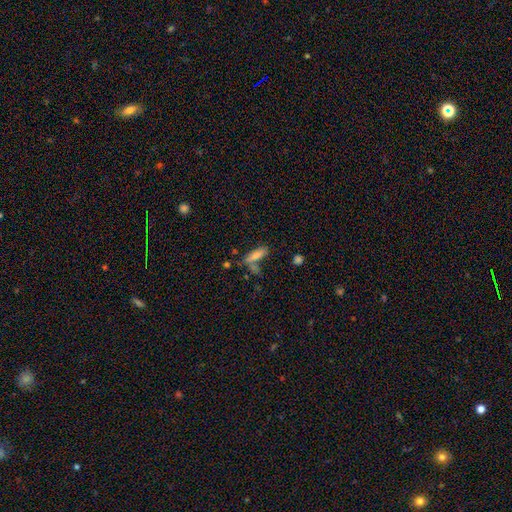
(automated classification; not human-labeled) Overall: smooth (69%). How rounded: cigar-shaped (55%; in between 42%). Merging: none (52%; merger 20%).